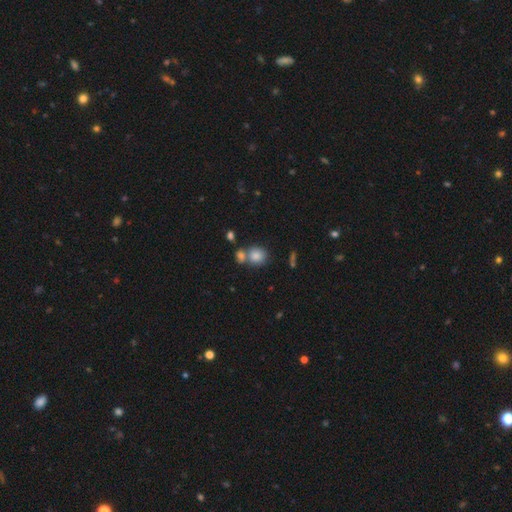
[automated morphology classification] Smooth or featured?
  - smooth: 83% *
  - star or artifact: 10%
  - featured or disk: 7%
How rounded?
  - round: 77% *
  - in between: 22%
  - cigar-shaped: 1%
Merging?
  - none: 51% *
  - merger: 35%
  - minor disturbance: 10%
  - major disturbance: 4%